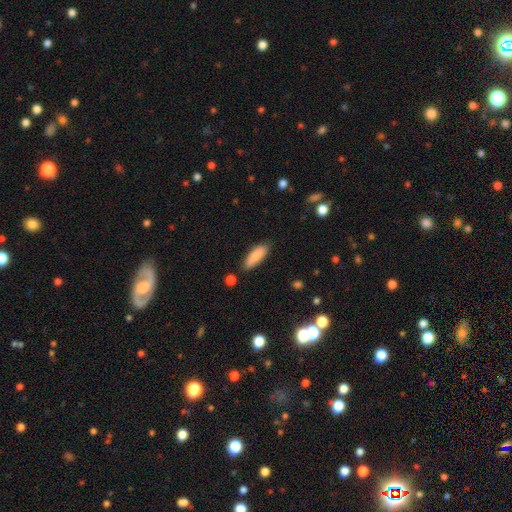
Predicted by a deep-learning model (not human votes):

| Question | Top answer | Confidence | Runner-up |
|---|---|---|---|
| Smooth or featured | smooth | 84% | featured or disk (9%) |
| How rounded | in between | 62% | cigar-shaped (36%) |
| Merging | none | 81% | minor disturbance (14%) |